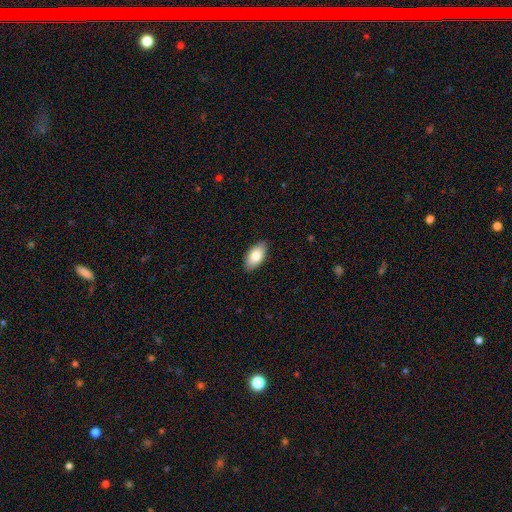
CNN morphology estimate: Q: Smooth or featured?
A: smooth (82%); runner-up: featured or disk (12%)
Q: How rounded?
A: in between (93%); runner-up: cigar-shaped (4%)
Q: Merging?
A: none (88%); runner-up: minor disturbance (9%)